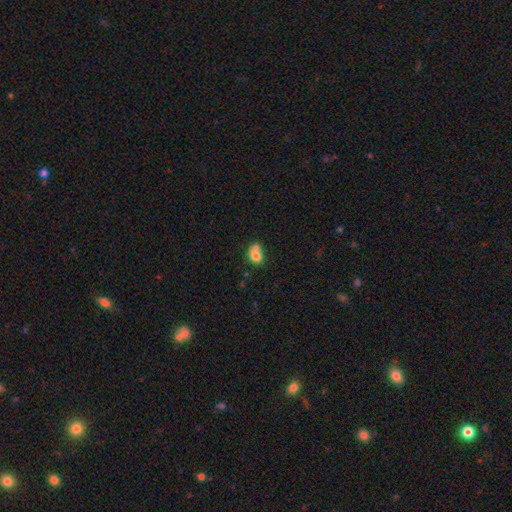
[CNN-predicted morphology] A smooth galaxy with no disk features (75%) that is in between round and cigar-shaped (54%). Merging: merger (47%).